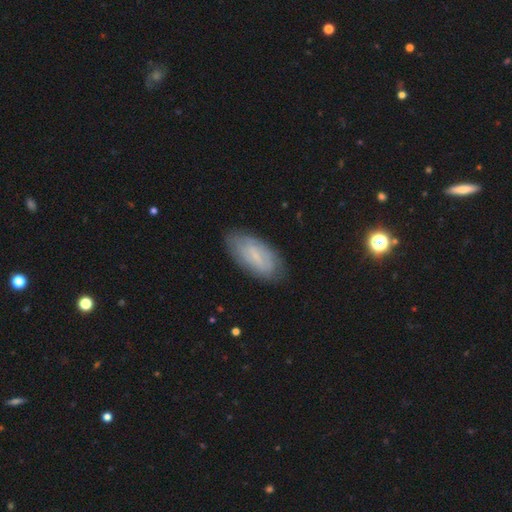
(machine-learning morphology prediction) Overall: smooth (47%; featured or disk 45%). Merging: none (80%).